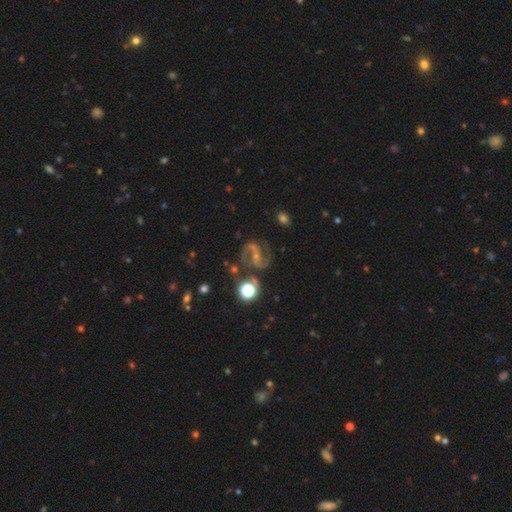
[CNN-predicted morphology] smooth-or-featured: featured or disk: 83% | star or artifact: 10% | smooth: 7%
  disk-edge-on: no: 98% | yes: 2%
    bar: weak: 41% | strong: 34% | no: 25%
    has-spiral-arms: yes: 96% | no: 4%
      spiral-winding: medium: 54% | loose: 34% | tight: 12%
      spiral-arm-count: 2: 91% | can't tell: 3% | 3: 2% | 1: 2% | 4: 1% | more than 4: 1%
    bulge-size: small: 68% | moderate: 21% | none: 8% | large: 2% | dominant: 1%
  merging: none: 68% | minor disturbance: 16% | major disturbance: 10% | merger: 6%